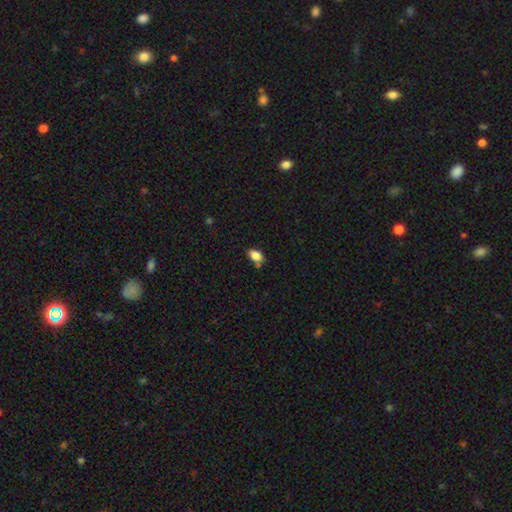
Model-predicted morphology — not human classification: Smooth or featured? Predicted: smooth (p=0.86). How rounded? Predicted: in between (p=0.87). Merging? Predicted: none (p=0.69).